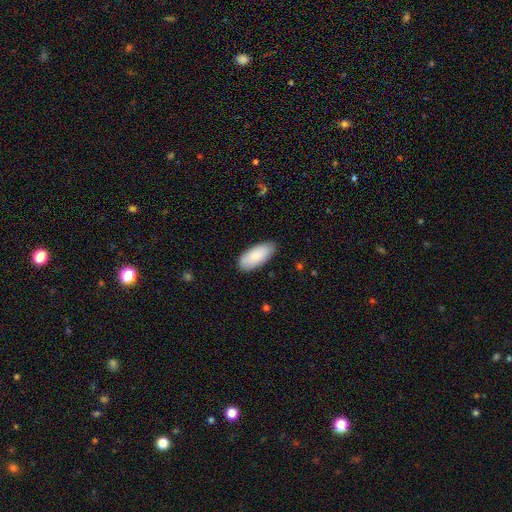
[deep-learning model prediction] Smooth or featured? Predicted: smooth (p=0.88). How rounded? Predicted: in between (p=0.89). Merging? Predicted: none (p=0.83).